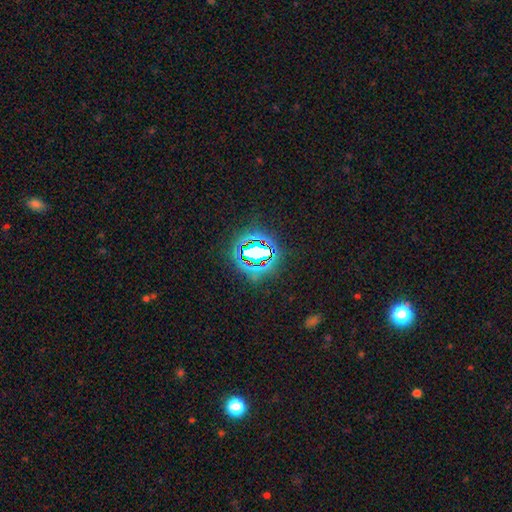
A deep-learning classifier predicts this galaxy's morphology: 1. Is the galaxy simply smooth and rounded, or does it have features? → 69% star or artifact, 19% smooth, 12% featured or disk.